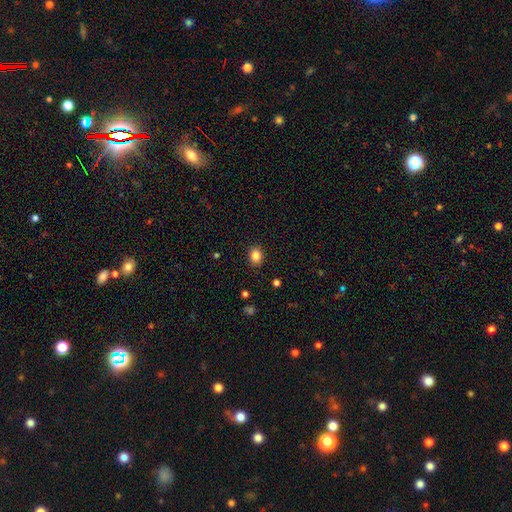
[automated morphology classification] Q: Smooth or featured?
A: smooth (86%); runner-up: star or artifact (10%)
Q: How rounded?
A: round (50%); runner-up: in between (49%)
Q: Merging?
A: none (88%); runner-up: minor disturbance (8%)